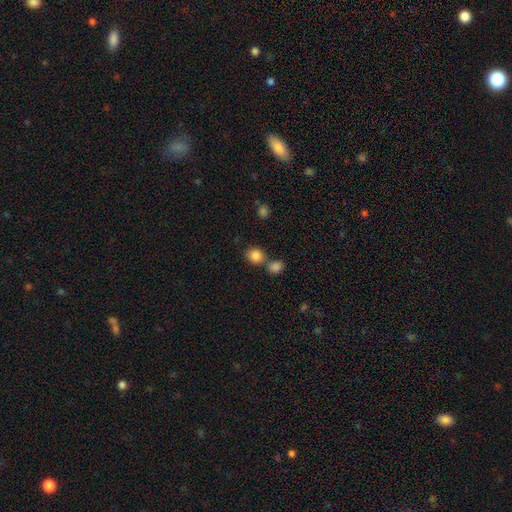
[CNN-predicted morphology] This is clearly a smooth galaxy (85%). How rounded: likely round (74%). Merging: possibly none (55%).